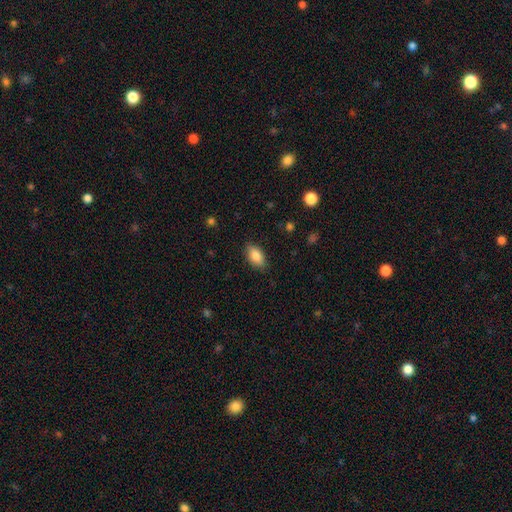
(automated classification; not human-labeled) A smooth galaxy with no disk features (83%) that is in between round and cigar-shaped (90%). Merging: none (84%).